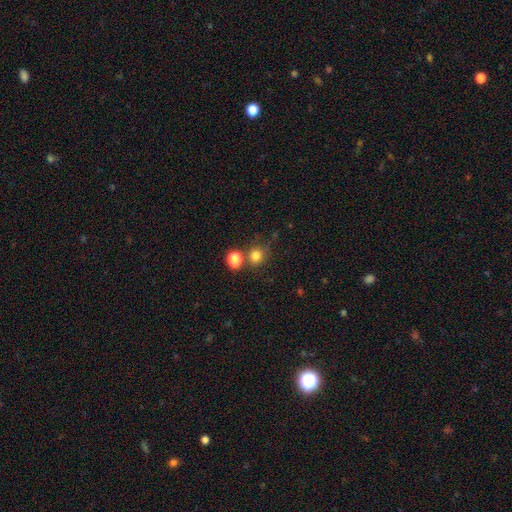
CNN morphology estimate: The model was most divided on "merging": none: 71%, merger: 16%, minor disturbance: 9%, major disturbance: 4%. More confident: how rounded — round (87%); smooth or featured — smooth (80%).